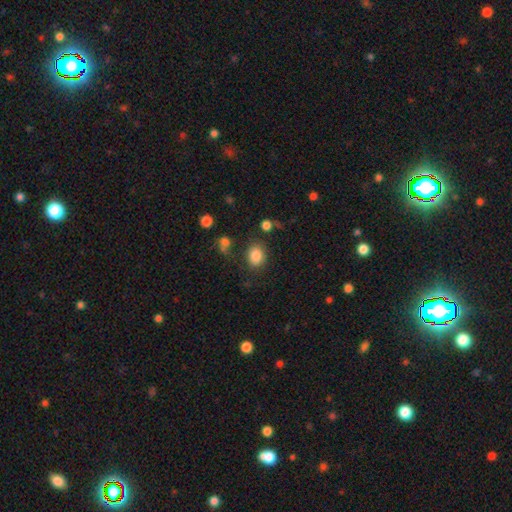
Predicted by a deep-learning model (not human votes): Q: Smooth or featured?
A: smooth (85%); runner-up: star or artifact (10%)
Q: How rounded?
A: in between (54%); runner-up: round (45%)
Q: Merging?
A: none (76%); runner-up: minor disturbance (13%)